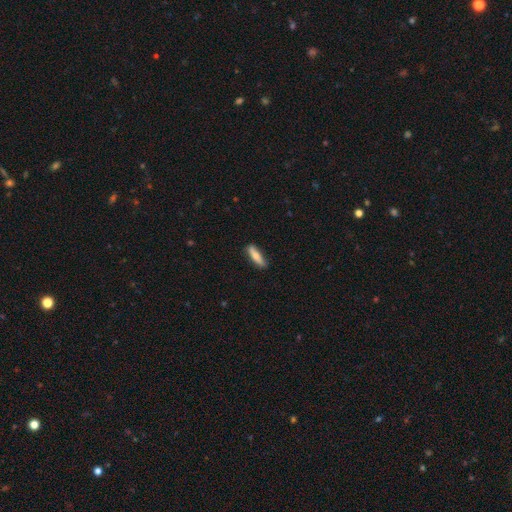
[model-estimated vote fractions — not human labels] Overall: smooth (69%). How rounded: cigar-shaped (68%; in between 30%). Merging: none (83%).